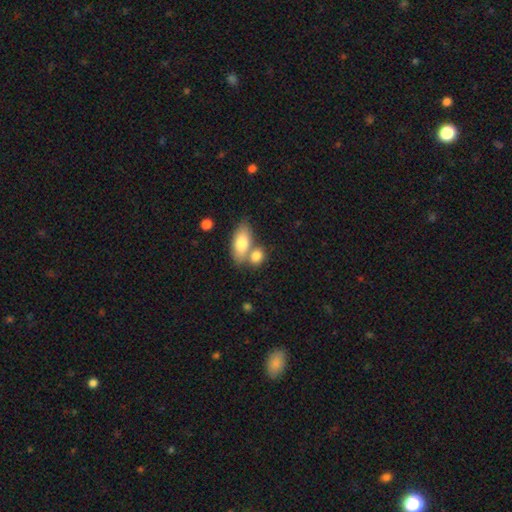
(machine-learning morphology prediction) smooth_or_featured: smooth (p=0.82) [alt: featured or disk p=0.11]
how_rounded: in between (p=0.71) [alt: round p=0.24]
merging: merger (p=0.46) [alt: none p=0.41]